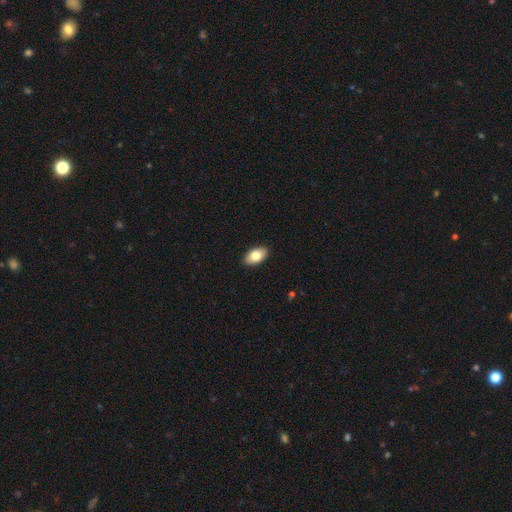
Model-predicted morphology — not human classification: Q: Smooth or featured?
A: smooth (82%); runner-up: featured or disk (12%)
Q: How rounded?
A: in between (93%); runner-up: round (5%)
Q: Merging?
A: none (90%); runner-up: minor disturbance (7%)